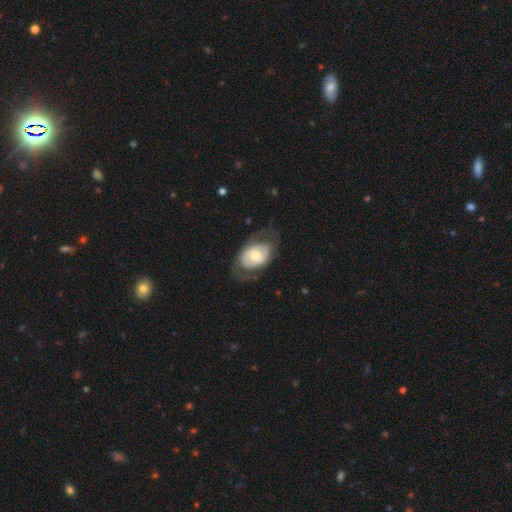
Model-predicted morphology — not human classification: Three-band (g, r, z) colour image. It shows a featured or disk galaxy (54%). Merging: none (63%).